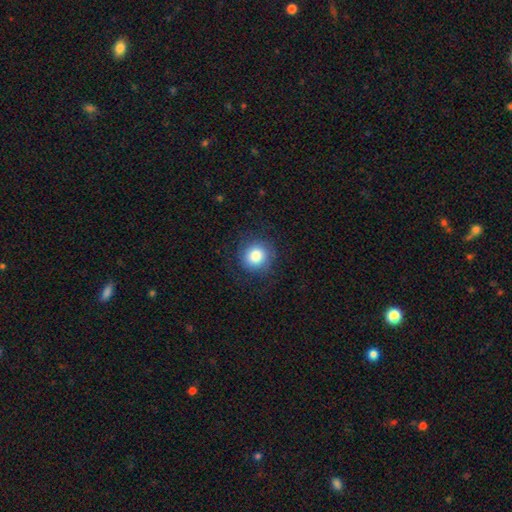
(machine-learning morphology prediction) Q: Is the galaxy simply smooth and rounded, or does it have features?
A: smooth — 82%.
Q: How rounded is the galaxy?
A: round — 90%.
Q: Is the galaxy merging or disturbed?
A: none — 84%.